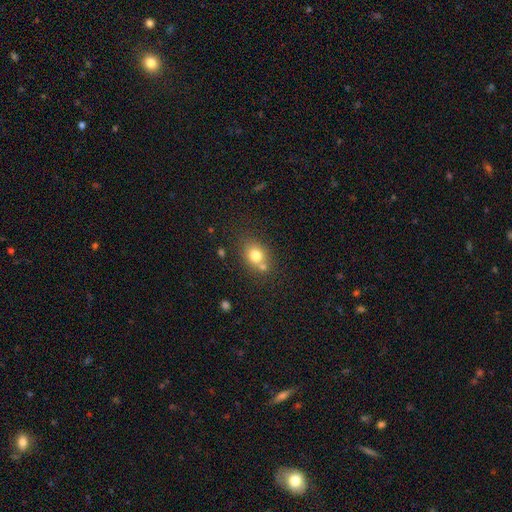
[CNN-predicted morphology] This is likely a smooth galaxy (76%). How rounded: possibly round (55%). Merging: possibly none (58%).